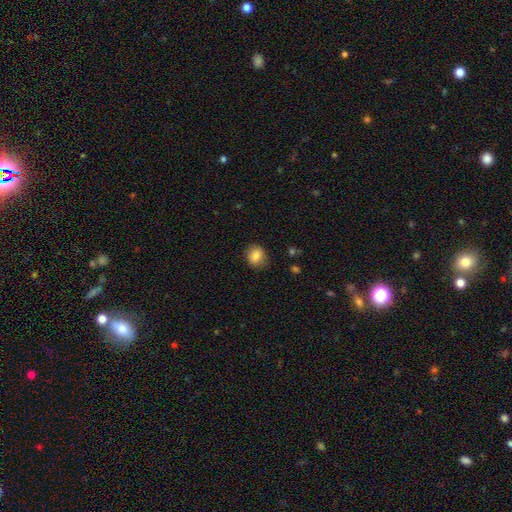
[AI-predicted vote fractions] This is clearly a smooth galaxy (84%). How rounded: likely round (69%). Merging: clearly none (84%).